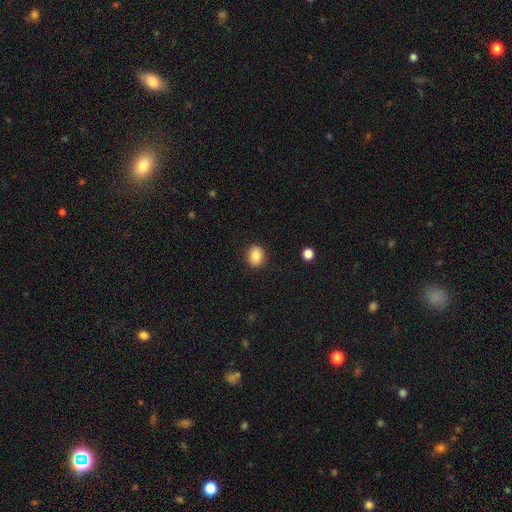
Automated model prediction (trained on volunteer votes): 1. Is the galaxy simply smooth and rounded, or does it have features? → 85% smooth, 9% star or artifact, 6% featured or disk.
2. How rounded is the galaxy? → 66% round, 33% in between, 1% cigar-shaped.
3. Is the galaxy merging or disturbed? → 90% none, 7% minor disturbance, 2% major disturbance, 1% merger.